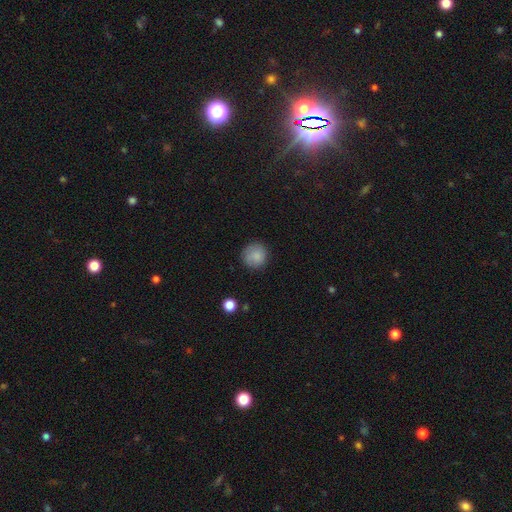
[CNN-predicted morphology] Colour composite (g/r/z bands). It shows a smooth galaxy with no disk features (86%) that is round (93%). Merging: none (83%).